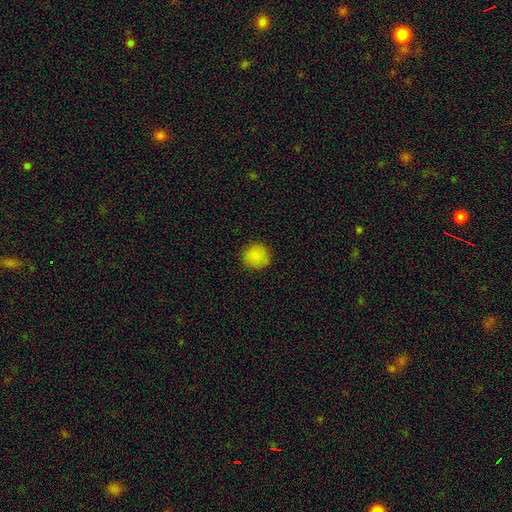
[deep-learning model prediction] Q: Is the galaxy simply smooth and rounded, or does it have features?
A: smooth — 85%.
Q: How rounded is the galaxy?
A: round — 90%.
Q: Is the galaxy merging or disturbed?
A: none — 88%.